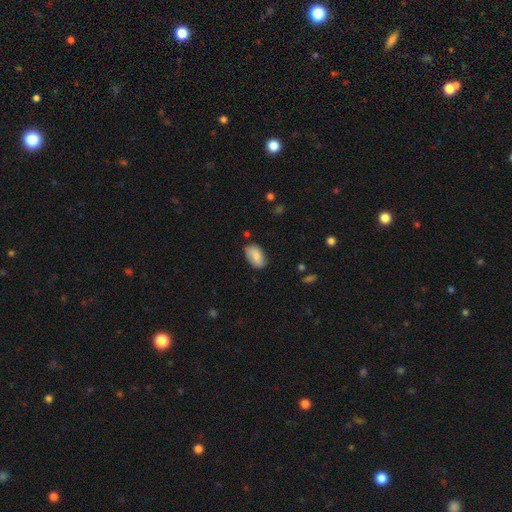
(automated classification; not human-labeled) Smooth or featured? smooth (80%)
How rounded? in between (93%)
Merging? none (74%)